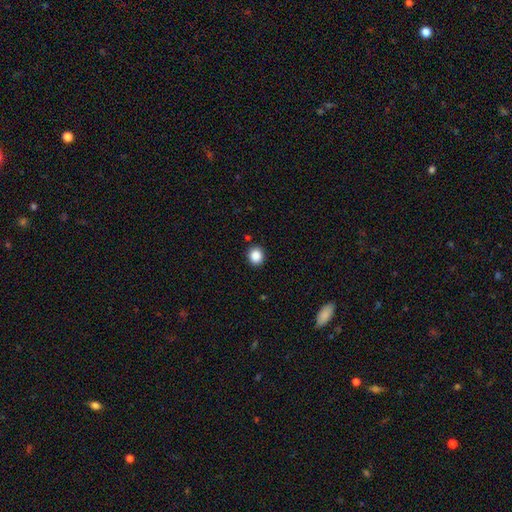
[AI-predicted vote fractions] This appears to be a smooth galaxy with no disk features (87%) that is round (84%). Merging: none (90%).